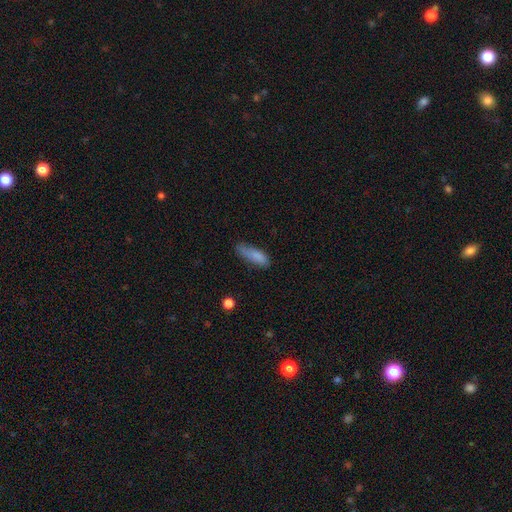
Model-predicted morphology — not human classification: smooth-or-featured: smooth: 83% | featured or disk: 10% | star or artifact: 7%
  how-rounded: in between: 53% | cigar-shaped: 45% | round: 2%
  merging: none: 58% | minor disturbance: 31% | major disturbance: 8% | merger: 3%